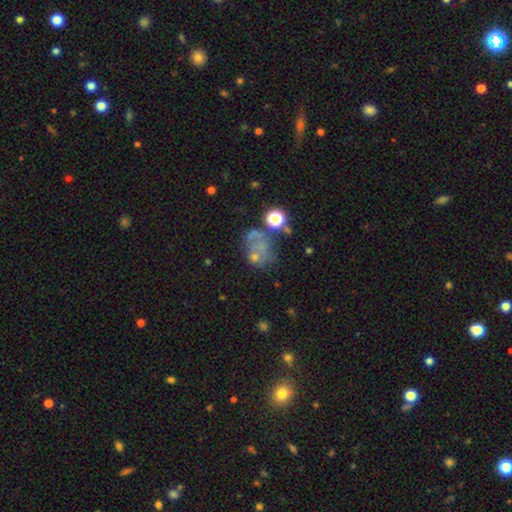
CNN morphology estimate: smooth-or-featured: smooth: 40% | featured or disk: 31% | star or artifact: 28%
  merging: none: 35% | major disturbance: 24% | merger: 23% | minor disturbance: 18%